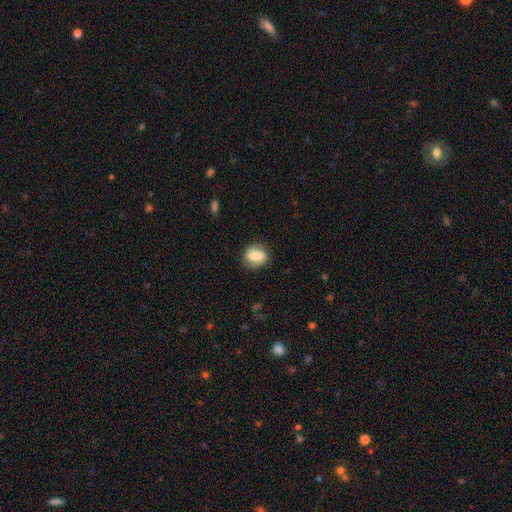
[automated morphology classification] smooth-or-featured: smooth: 46% | featured or disk: 45% | star or artifact: 8%
  merging: none: 81% | minor disturbance: 14% | major disturbance: 5% | merger: 1%